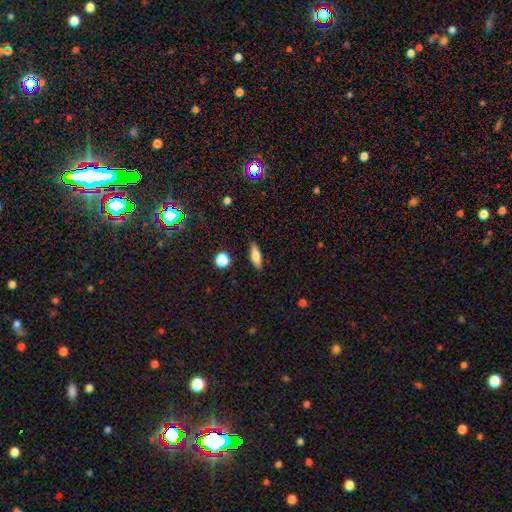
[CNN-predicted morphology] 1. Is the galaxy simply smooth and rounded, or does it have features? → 73% smooth, 19% featured or disk, 8% star or artifact.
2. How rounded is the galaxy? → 58% in between, 38% cigar-shaped, 4% round.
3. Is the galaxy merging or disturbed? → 87% none, 9% minor disturbance, 2% major disturbance, 2% merger.